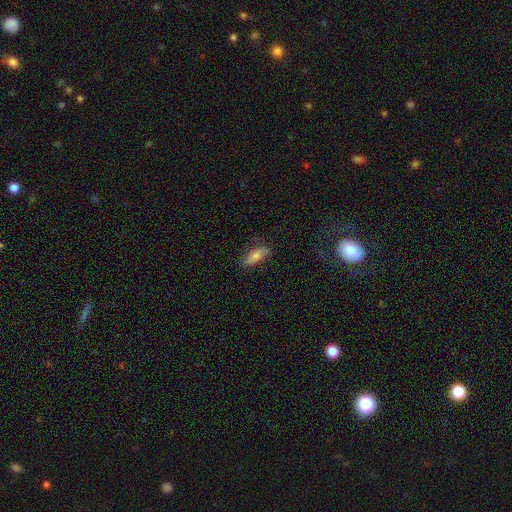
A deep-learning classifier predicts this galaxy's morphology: Q: Smooth or featured?
A: smooth (60%); runner-up: featured or disk (31%)
Q: How rounded?
A: in between (68%); runner-up: cigar-shaped (28%)
Q: Merging?
A: none (74%); runner-up: minor disturbance (19%)